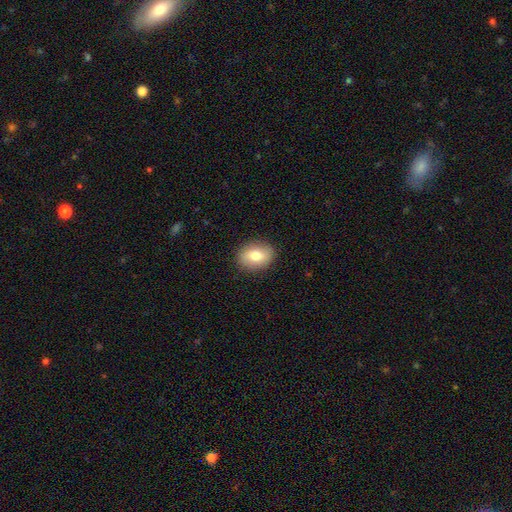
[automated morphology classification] A smooth galaxy with no disk features (78%) that is in between round and cigar-shaped (69%).

Vote fractions:
- Smooth or featured? smooth: 78% / featured or disk: 14% / star or artifact: 8%
- How rounded? in between: 69% / round: 30% / cigar-shaped: 1%
- Merging? none: 88% / minor disturbance: 9% / major disturbance: 2% / merger: 1%